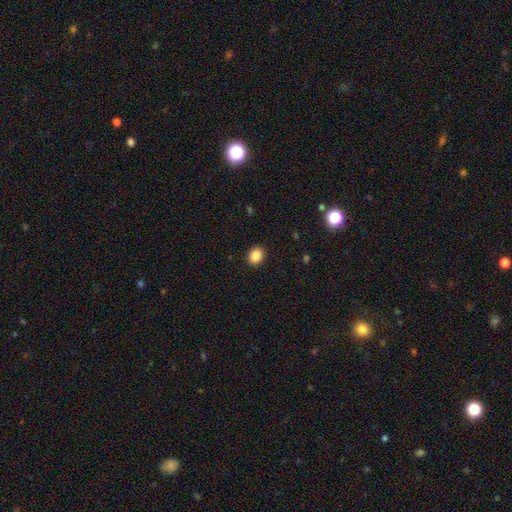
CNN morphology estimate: smooth 87%, star or artifact 9%, featured or disk 4%. Down the decision tree: how rounded — round (52%); merging — none (91%).